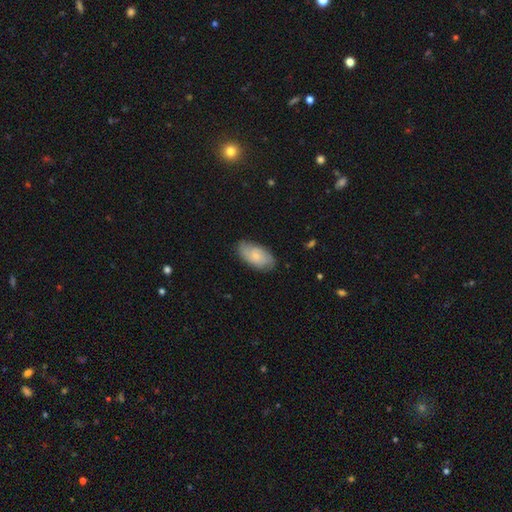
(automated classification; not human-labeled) Q: Smooth or featured?
A: smooth (54%); runner-up: featured or disk (39%)
Q: How rounded?
A: in between (93%); runner-up: cigar-shaped (4%)
Q: Merging?
A: none (78%); runner-up: minor disturbance (18%)